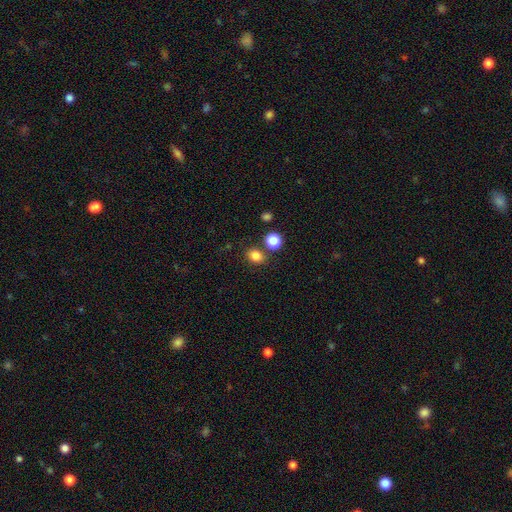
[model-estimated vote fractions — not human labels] A smooth galaxy with no disk features (83%) that is round (61%). Merging: none (73%).